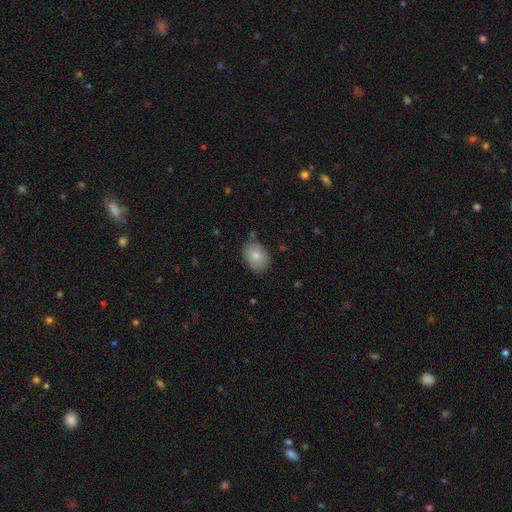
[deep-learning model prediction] smooth-or-featured: smooth: 83% | featured or disk: 10% | star or artifact: 7%
  how-rounded: in between: 77% | round: 22% | cigar-shaped: 1%
  merging: none: 79% | minor disturbance: 15% | major disturbance: 3% | merger: 2%